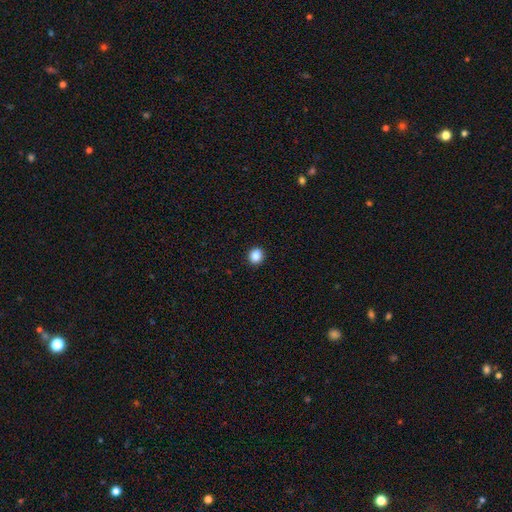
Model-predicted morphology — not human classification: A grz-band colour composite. It shows a smooth galaxy with no disk features (87%) that is round (82%). Merging: none (93%).